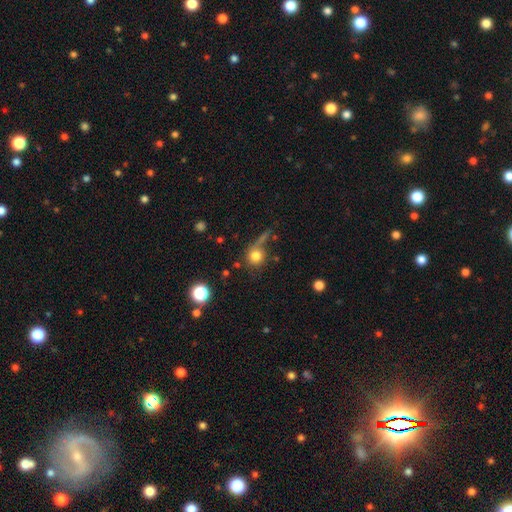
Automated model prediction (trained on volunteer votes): Smooth or featured? smooth (78%)
How rounded? round (88%)
Merging? none (55%)